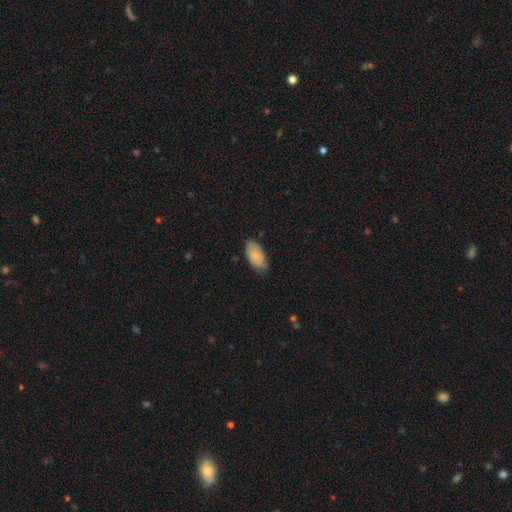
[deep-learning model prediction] smooth 80%, featured or disk 14%, star or artifact 6%. Down the decision tree: how rounded — in between (94%); merging — none (67%).